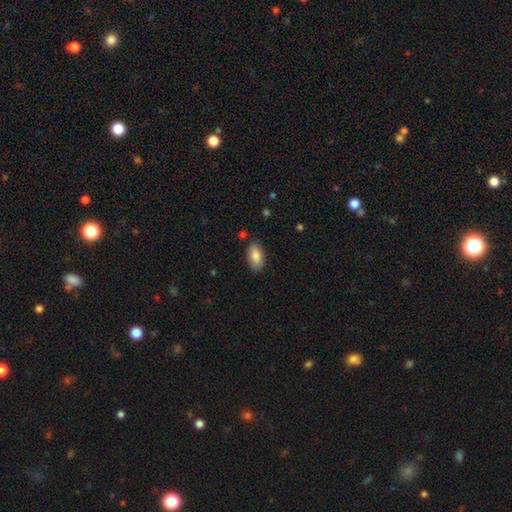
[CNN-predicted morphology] smooth-or-featured: smooth: 83% | featured or disk: 10% | star or artifact: 7%
  how-rounded: in between: 92% | cigar-shaped: 4% | round: 3%
  merging: none: 82% | minor disturbance: 13% | major disturbance: 3% | merger: 2%